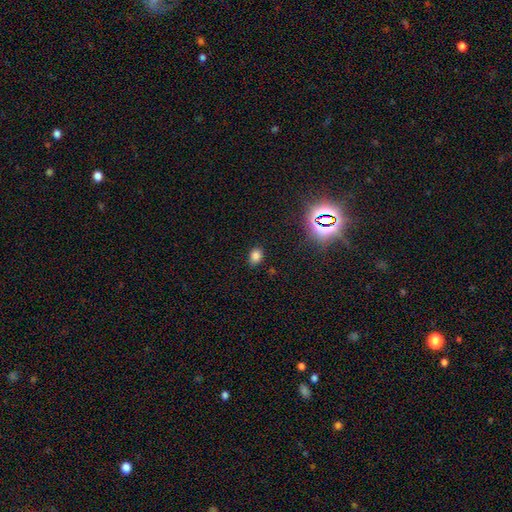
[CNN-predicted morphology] Smooth or featured?
  - smooth: 77% *
  - star or artifact: 17%
  - featured or disk: 5%
How rounded?
  - in between: 66% *
  - round: 33%
  - cigar-shaped: 1%
Merging?
  - none: 84% *
  - minor disturbance: 11%
  - major disturbance: 3%
  - merger: 2%